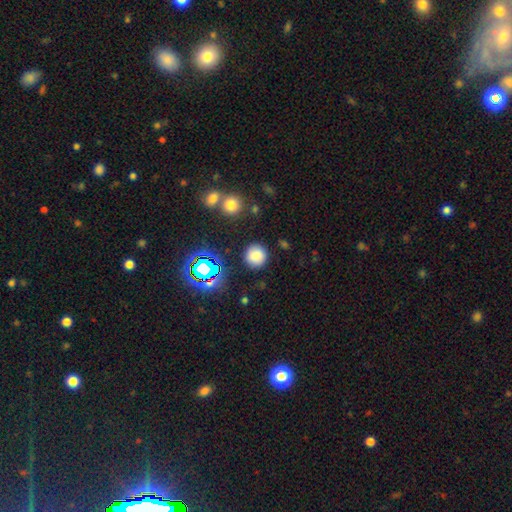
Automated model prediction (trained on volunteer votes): A smooth galaxy with no disk features (78%) that is round (92%). Merging: none (86%).